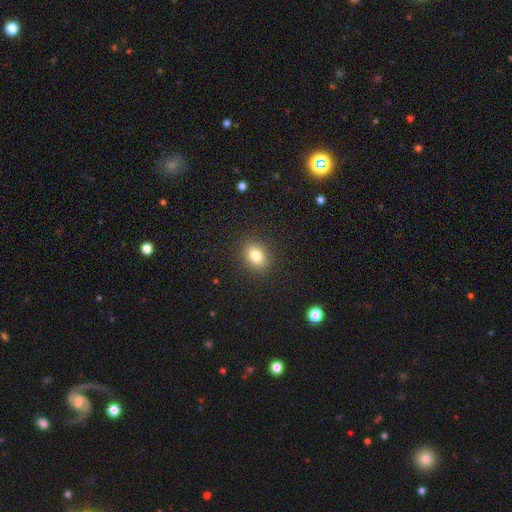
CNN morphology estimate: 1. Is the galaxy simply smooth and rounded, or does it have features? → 82% smooth, 10% star or artifact, 8% featured or disk.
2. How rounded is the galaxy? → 59% in between, 40% round, 1% cigar-shaped.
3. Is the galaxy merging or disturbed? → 88% none, 8% minor disturbance, 3% major disturbance, 1% merger.